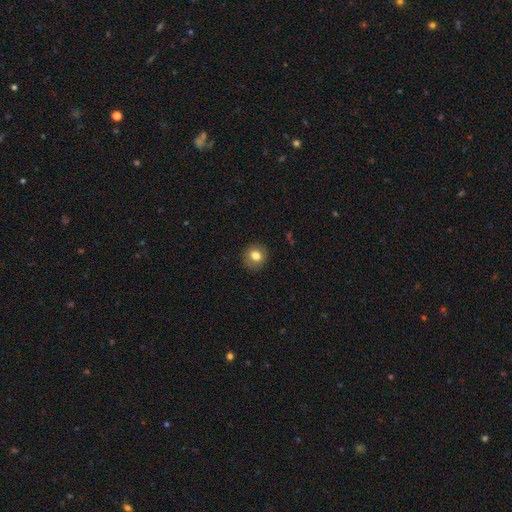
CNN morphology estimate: type=smooth (80%); roundness=round (81%); merging=none (88%).